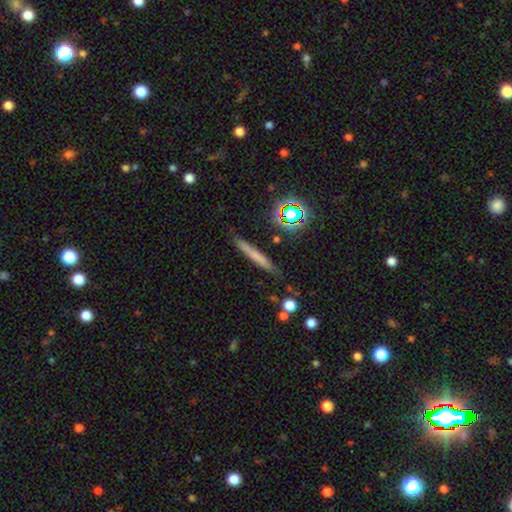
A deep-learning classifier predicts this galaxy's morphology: smooth 63%, featured or disk 26%, star or artifact 11%. Down the decision tree: how rounded — cigar-shaped (93%); merging — none (85%).